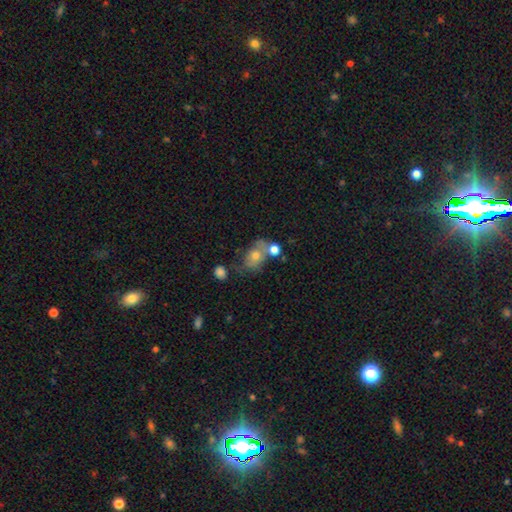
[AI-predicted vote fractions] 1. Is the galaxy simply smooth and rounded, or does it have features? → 57% smooth, 30% featured or disk, 13% star or artifact.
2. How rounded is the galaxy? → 66% in between, 32% round, 2% cigar-shaped.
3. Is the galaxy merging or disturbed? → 43% none, 24% merger, 21% minor disturbance, 12% major disturbance.